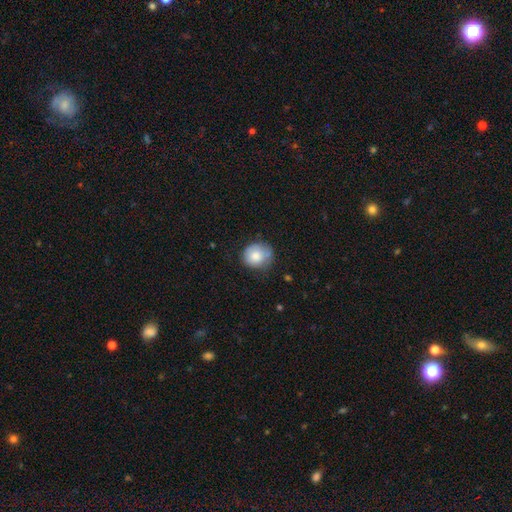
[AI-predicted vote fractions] Smooth or featured?
  - smooth: 79% *
  - featured or disk: 13%
  - star or artifact: 8%
How rounded?
  - round: 80% *
  - in between: 19%
  - cigar-shaped: 1%
Merging?
  - none: 62% *
  - minor disturbance: 28%
  - major disturbance: 7%
  - merger: 3%